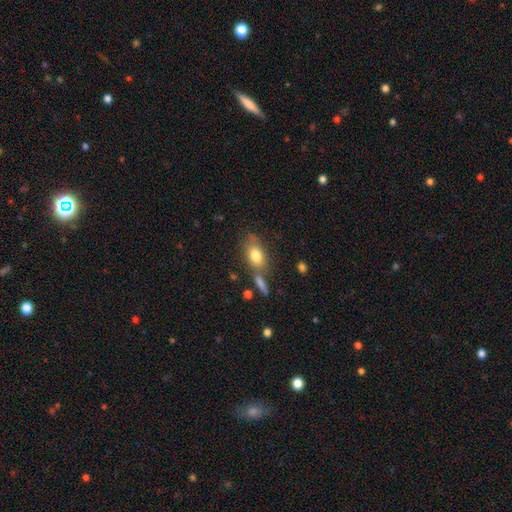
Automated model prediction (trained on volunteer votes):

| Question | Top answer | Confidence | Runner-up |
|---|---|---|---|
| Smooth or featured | smooth | 78% | featured or disk (14%) |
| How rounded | in between | 83% | round (12%) |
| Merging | none | 61% | minor disturbance (17%) |